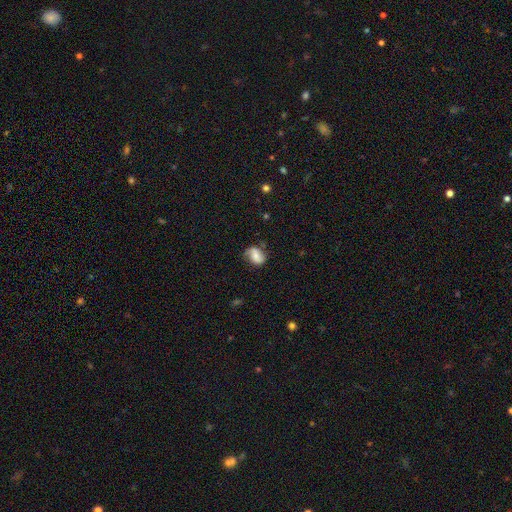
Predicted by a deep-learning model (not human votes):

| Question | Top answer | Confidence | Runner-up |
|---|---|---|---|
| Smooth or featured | featured or disk | 52% | smooth (39%) |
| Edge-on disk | no | 97% | yes (3%) |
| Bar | no | 48% | weak (37%) |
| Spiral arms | yes | 88% | no (12%) |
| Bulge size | moderate | 44% | small (38%) |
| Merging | none | 63% | minor disturbance (25%) |